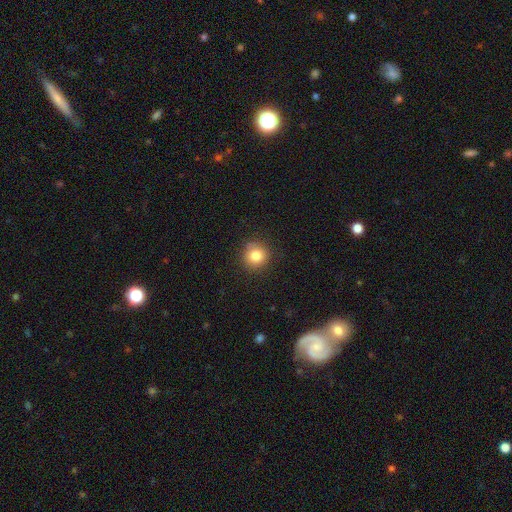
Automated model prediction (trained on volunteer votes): smooth 83%, star or artifact 11%, featured or disk 7%. Down the decision tree: how rounded — round (91%); merging — none (85%).